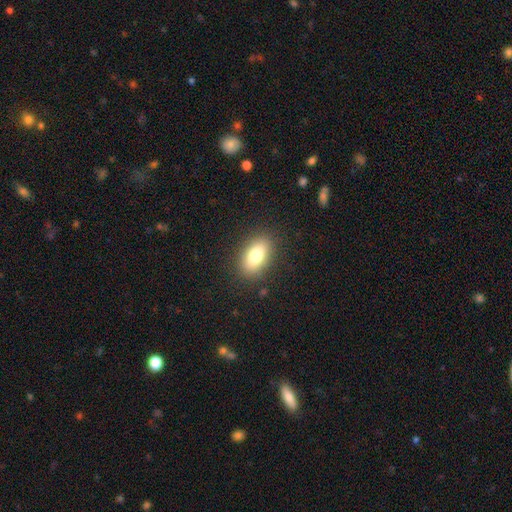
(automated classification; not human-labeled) Smooth or featured? Predicted: smooth (p=0.81). How rounded? Predicted: in between (p=0.89). Merging? Predicted: none (p=0.87).